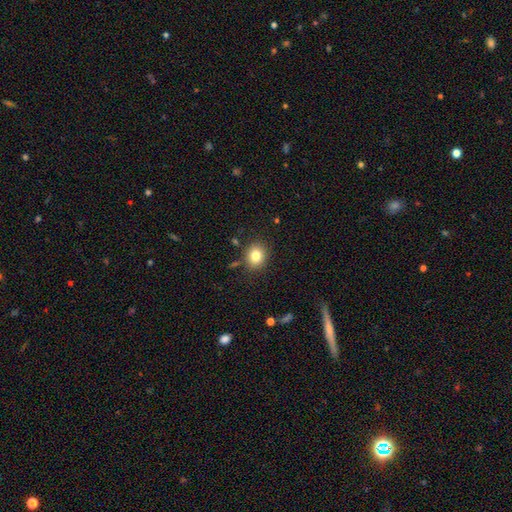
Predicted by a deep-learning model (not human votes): A smooth galaxy with no disk features (81%) that is round (66%). Merging: none (85%).